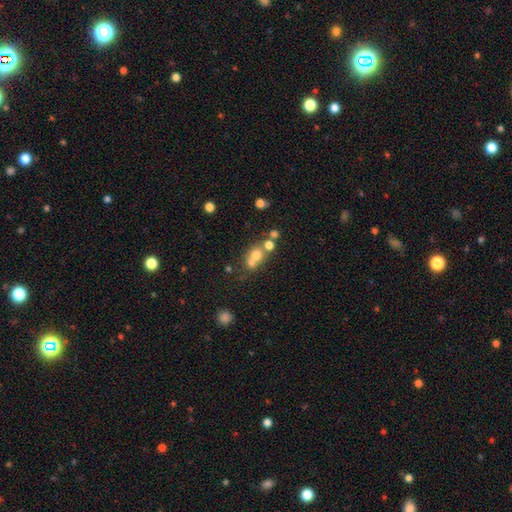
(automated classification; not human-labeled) This appears to be a smooth galaxy with no disk features (64%) that is round (75%). Merging: merger (52%).